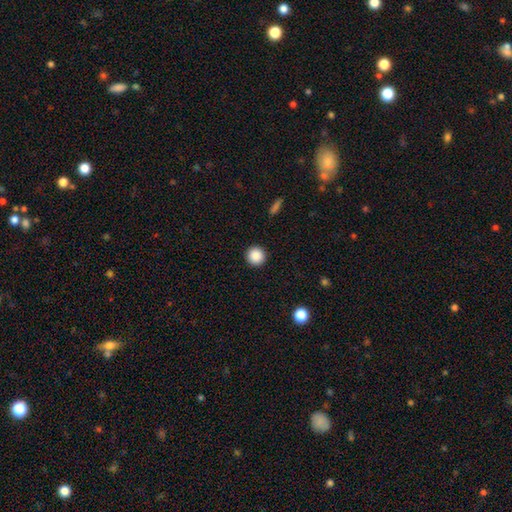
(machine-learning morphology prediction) Smooth or featured? Predicted: smooth (p=0.88). How rounded? Predicted: round (p=0.96). Merging? Predicted: none (p=0.93).